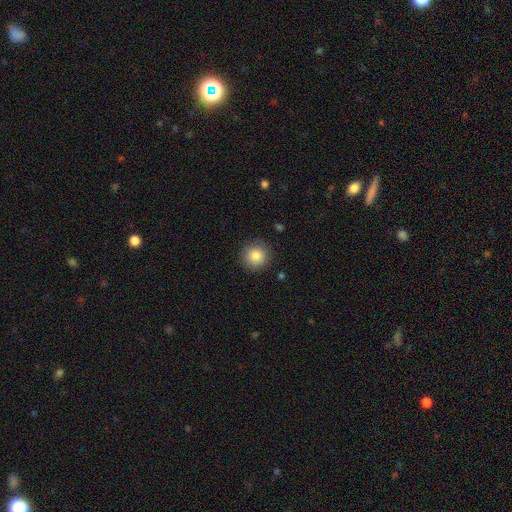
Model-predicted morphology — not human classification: Q: Smooth or featured?
A: smooth (85%); runner-up: star or artifact (9%)
Q: How rounded?
A: round (95%); runner-up: in between (4%)
Q: Merging?
A: none (89%); runner-up: minor disturbance (8%)